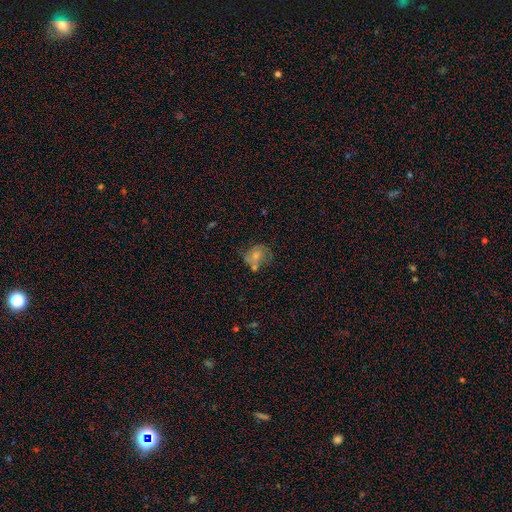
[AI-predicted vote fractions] Morphology: type=smooth (56%); roundness=round (54%); merging=none (41%).